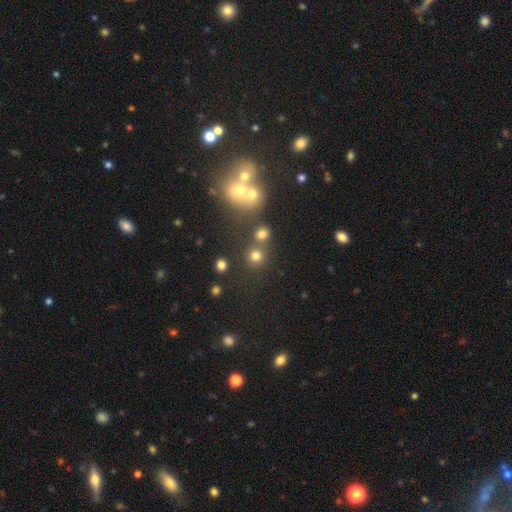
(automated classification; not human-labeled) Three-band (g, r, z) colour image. It shows a smooth galaxy with no disk features (73%) that is round (90%). Merging: none (70%).